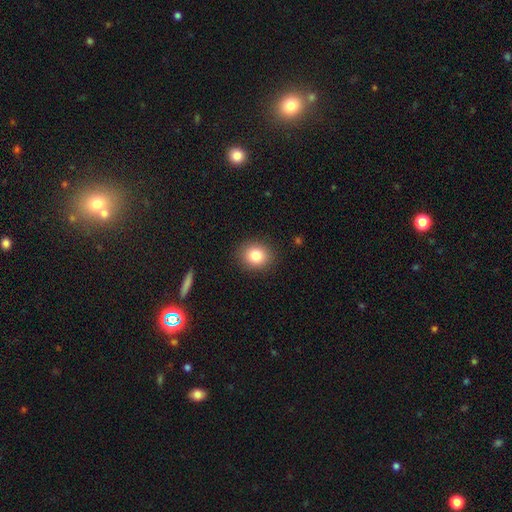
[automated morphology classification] Overall: smooth (82%). How rounded: round (71%). Merging: none (89%).